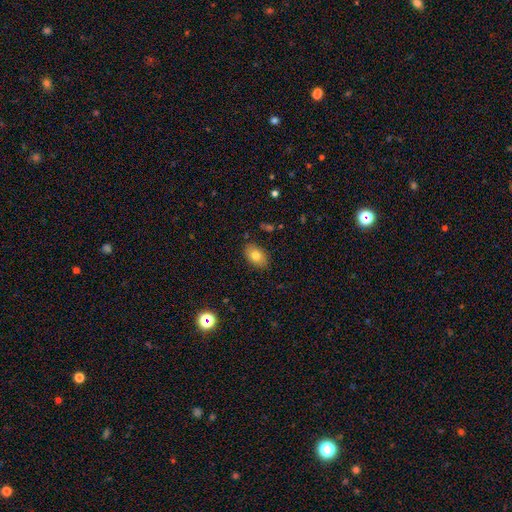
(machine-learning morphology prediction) Smooth or featured: smooth — 78% (featured or disk — 13%)
How rounded: in between — 87% (round — 11%)
Merging: none — 86% (minor disturbance — 11%)